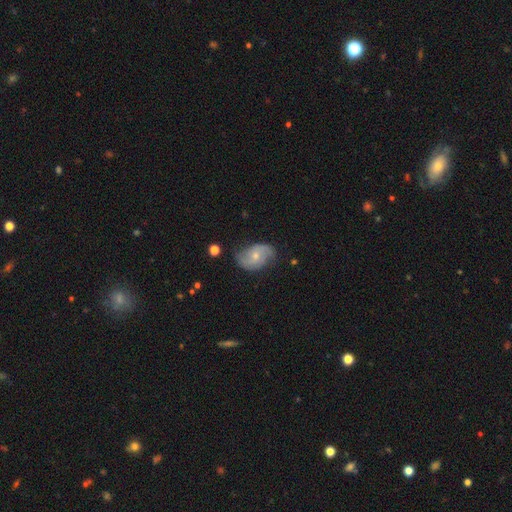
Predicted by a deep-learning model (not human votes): smooth-or-featured: featured or disk: 76% | smooth: 18% | star or artifact: 6%
  disk-edge-on: no: 97% | yes: 3%
    bar: no: 56% | weak: 37% | strong: 6%
    has-spiral-arms: yes: 93% | no: 7%
      spiral-winding: medium: 45% | loose: 31% | tight: 24%
      spiral-arm-count: 2: 81% | can't tell: 9% | 3: 4% | 1: 2% | 4: 2% | more than 4: 2%
    bulge-size: small: 62% | moderate: 33% | none: 2% | large: 1% | dominant: 1%
  merging: none: 69% | minor disturbance: 23% | major disturbance: 6% | merger: 2%